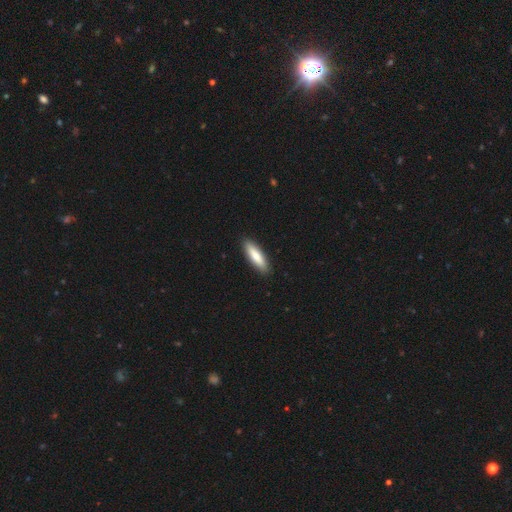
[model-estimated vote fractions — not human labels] Smooth or featured? smooth (77%)
How rounded? cigar-shaped (60%)
Merging? none (91%)